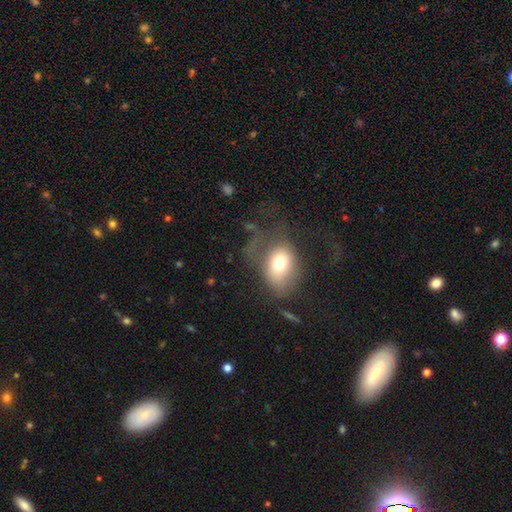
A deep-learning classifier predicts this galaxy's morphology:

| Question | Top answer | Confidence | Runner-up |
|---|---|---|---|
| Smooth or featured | smooth | 44% | featured or disk (35%) |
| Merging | none | 56% | minor disturbance (21%) |